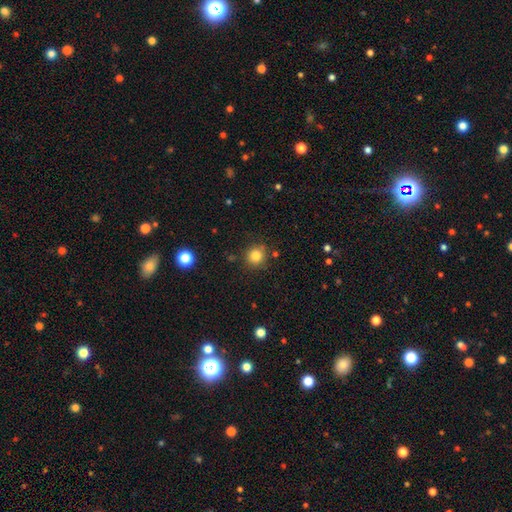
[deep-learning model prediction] A smooth galaxy with no disk features (82%) that is round (91%).

Vote fractions:
- Smooth or featured? smooth: 82% / star or artifact: 12% / featured or disk: 6%
- How rounded? round: 91% / in between: 9% / cigar-shaped: 1%
- Merging? none: 84% / minor disturbance: 10% / merger: 3% / major disturbance: 3%